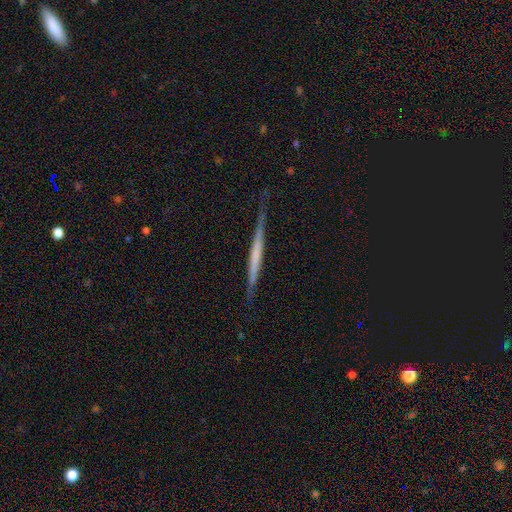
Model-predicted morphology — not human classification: Q: Smooth or featured?
A: featured or disk (62%); runner-up: smooth (33%)
Q: Edge-on disk?
A: yes (97%); runner-up: no (3%)
Q: Edge-on bulge?
A: none (78%); runner-up: rounded (11%)
Q: Merging?
A: none (83%); runner-up: minor disturbance (13%)